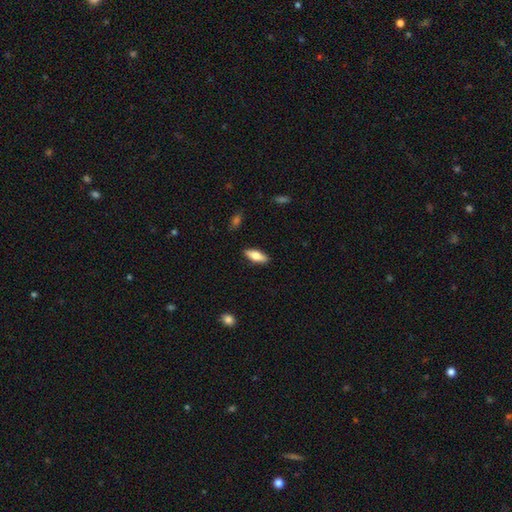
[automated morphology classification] Smooth or featured? Predicted: smooth (p=0.68). How rounded? Predicted: in between (p=0.68). Merging? Predicted: none (p=0.89).